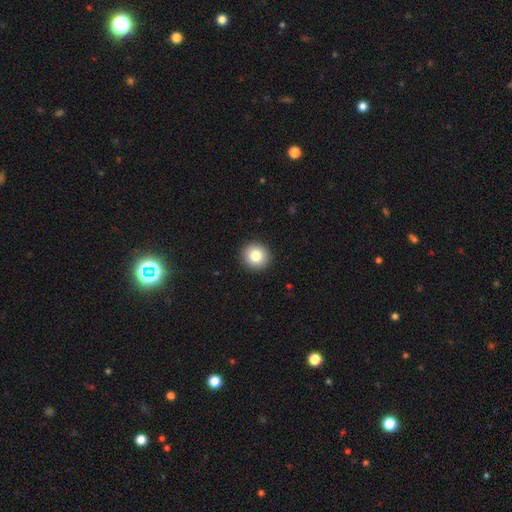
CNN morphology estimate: smooth 81%, star or artifact 10%, featured or disk 9%. Down the decision tree: how rounded — round (93%); merging — none (93%).